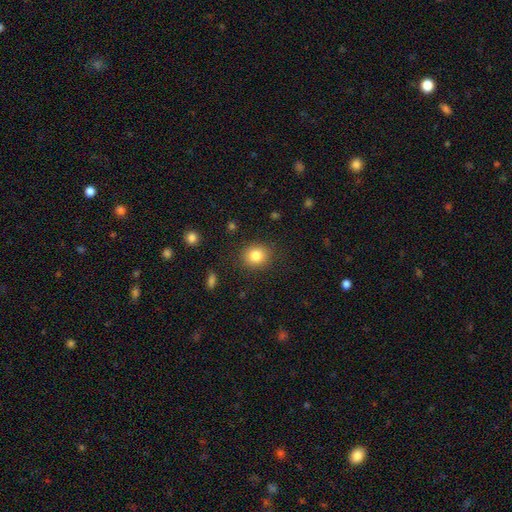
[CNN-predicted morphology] A smooth galaxy with no disk features (83%) that is round (79%).

Vote fractions:
- Smooth or featured? smooth: 83% / star or artifact: 10% / featured or disk: 7%
- How rounded? round: 79% / in between: 20% / cigar-shaped: 1%
- Merging? none: 87% / minor disturbance: 8% / major disturbance: 3% / merger: 1%